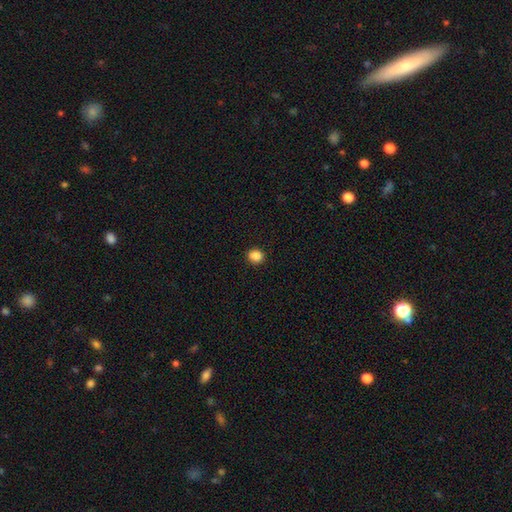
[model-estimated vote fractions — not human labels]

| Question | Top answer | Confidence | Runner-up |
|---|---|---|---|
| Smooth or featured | smooth | 86% | star or artifact (11%) |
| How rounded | round | 78% | in between (21%) |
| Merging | none | 91% | minor disturbance (6%) |